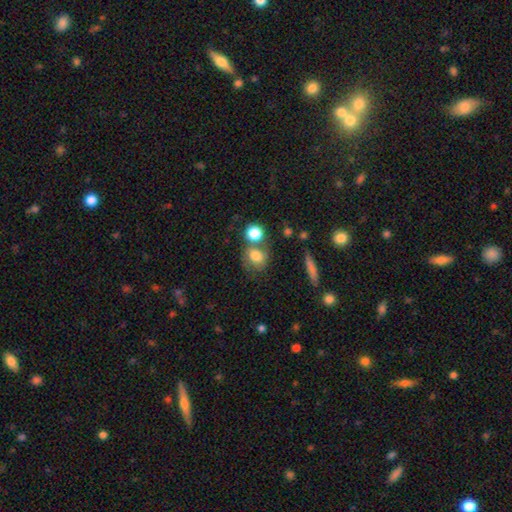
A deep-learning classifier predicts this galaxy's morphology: Smooth or featured: smooth — 77% (featured or disk — 12%)
How rounded: round — 64% (in between — 34%)
Merging: none — 47% (merger — 32%)